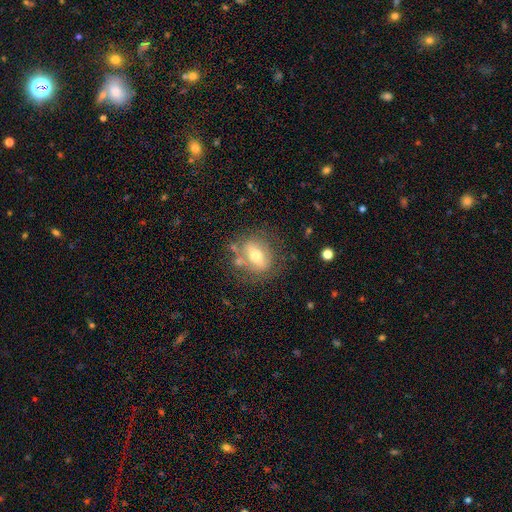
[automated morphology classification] Smooth or featured? Predicted: featured or disk (p=0.49). Merging? Predicted: none (p=0.68).